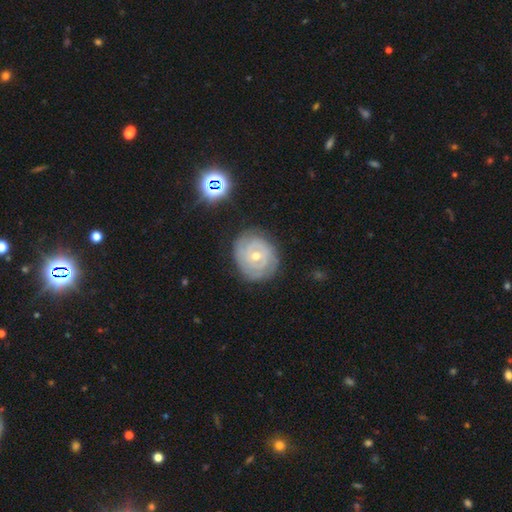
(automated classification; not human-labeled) smooth_or_featured: featured or disk (p=0.80) [alt: smooth p=0.14]
disk_edge_on: no (p=0.97) [alt: yes p=0.03]
bar: no (p=0.63) [alt: weak p=0.30]
has_spiral_arms: yes (p=0.91) [alt: no p=0.09]
spiral_winding: tight (p=0.79) [alt: medium p=0.16]
spiral_arm_count: can't tell (p=0.34) [alt: 2 p=0.32]
bulge_size: moderate (p=0.52) [alt: small p=0.45]
merging: none (p=0.78) [alt: minor disturbance p=0.16]